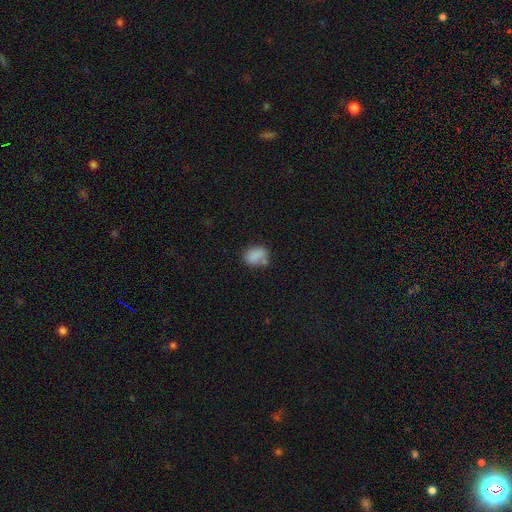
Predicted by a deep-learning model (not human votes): smooth_or_featured: smooth (p=0.82) [alt: star or artifact p=0.10]
how_rounded: in between (p=0.68) [alt: round p=0.30]
merging: none (p=0.56) [alt: minor disturbance p=0.24]